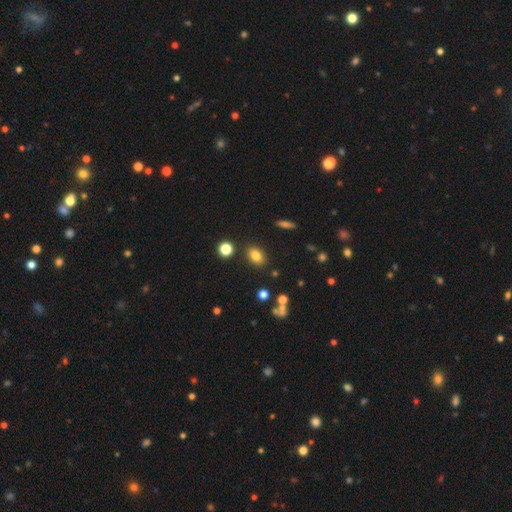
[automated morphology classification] Smooth or featured: smooth — 81% (star or artifact — 11%)
How rounded: in between — 78% (round — 20%)
Merging: none — 84% (minor disturbance — 9%)